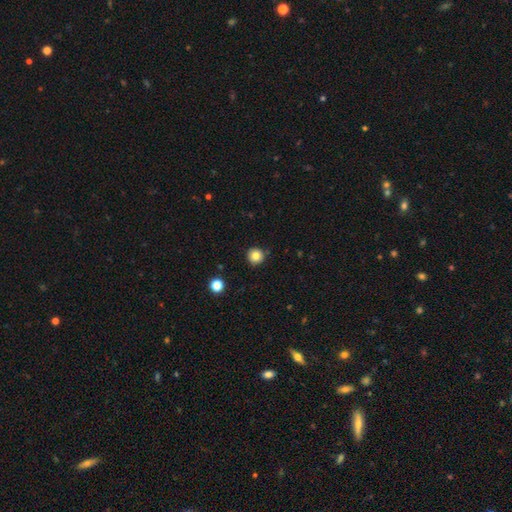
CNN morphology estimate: Overall: smooth (81%). How rounded: round (95%). Merging: none (89%).